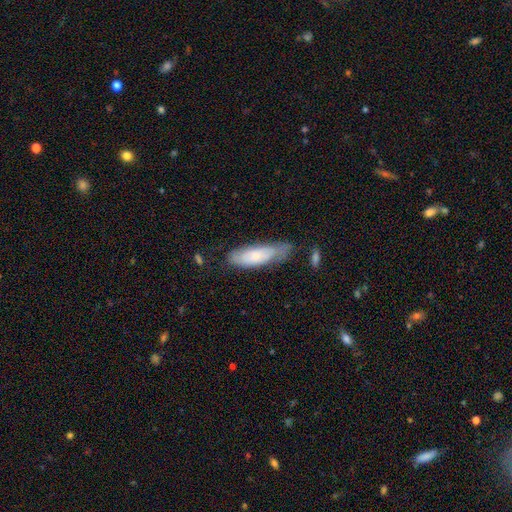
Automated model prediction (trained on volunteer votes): Q: Smooth or featured?
A: smooth (60%); runner-up: featured or disk (33%)
Q: How rounded?
A: in between (55%); runner-up: cigar-shaped (44%)
Q: Merging?
A: none (52%); runner-up: minor disturbance (33%)